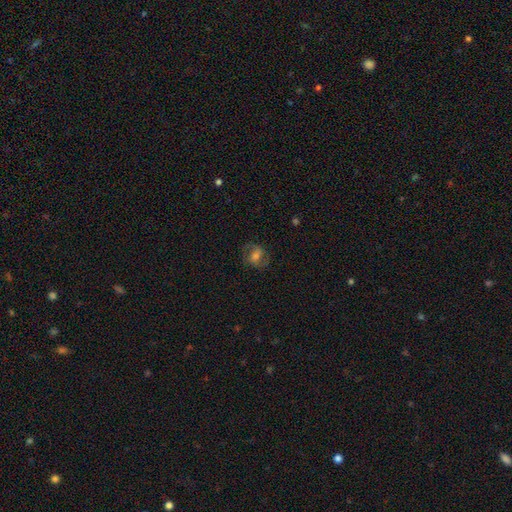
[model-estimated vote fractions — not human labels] featured or disk 54%, smooth 35%, star or artifact 11%. Down the decision tree: edge-on disk — no (96%); bar — weak (43%); spiral arms — yes (81%); bulge size — moderate (50%); merging — none (74%).